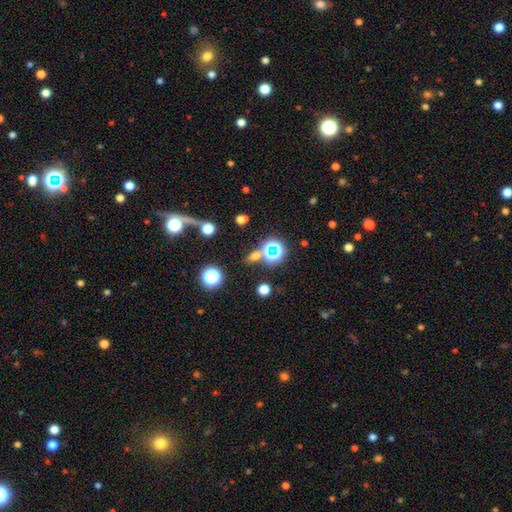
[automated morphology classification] This appears to be a smooth galaxy with no disk features (49%). Merging: none (71%).